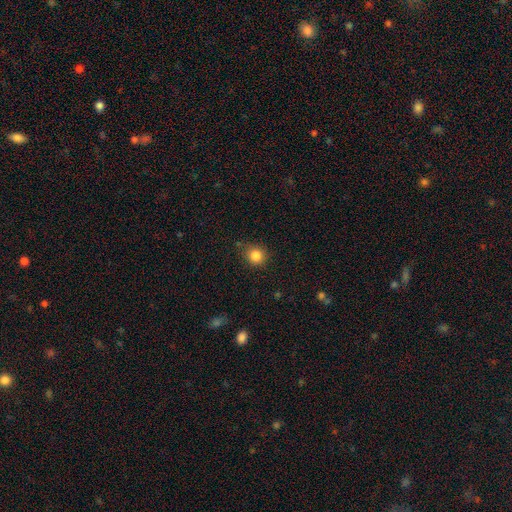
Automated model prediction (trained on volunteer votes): A smooth galaxy with no disk features (84%) that is round (88%).

Vote fractions:
- Smooth or featured? smooth: 84% / star or artifact: 11% / featured or disk: 4%
- How rounded? round: 88% / in between: 11% / cigar-shaped: 1%
- Merging? none: 82% / minor disturbance: 13% / major disturbance: 3% / merger: 2%